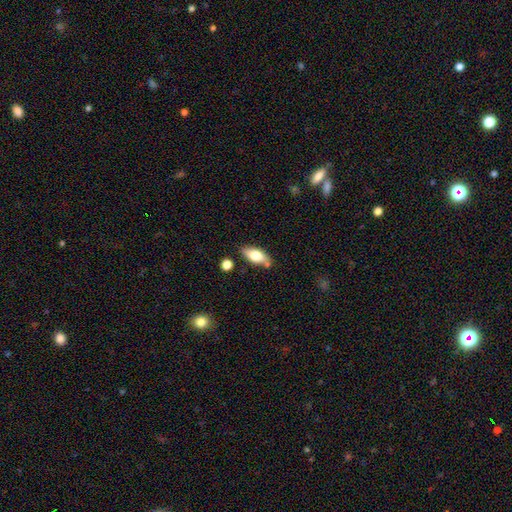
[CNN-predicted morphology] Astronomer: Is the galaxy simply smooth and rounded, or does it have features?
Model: smooth — 70%.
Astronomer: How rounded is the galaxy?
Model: in between — 84%.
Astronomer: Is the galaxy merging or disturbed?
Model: none — 75%.